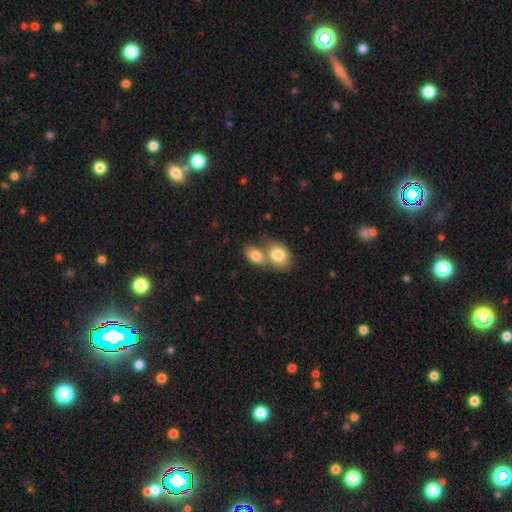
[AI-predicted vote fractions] This appears to be a smooth galaxy with no disk features (81%) that is in between round and cigar-shaped (79%). Merging: merger (63%).